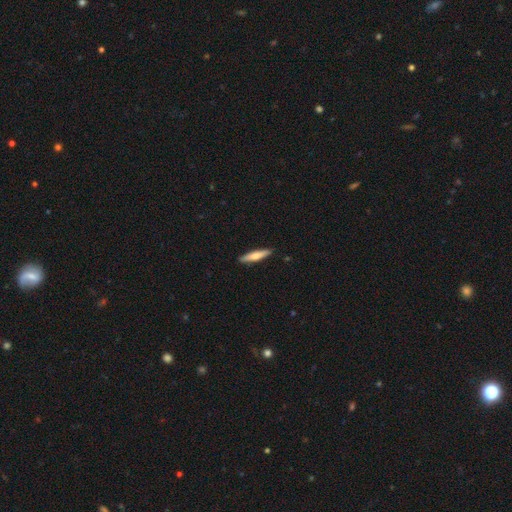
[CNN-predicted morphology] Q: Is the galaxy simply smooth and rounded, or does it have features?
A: smooth — 60%.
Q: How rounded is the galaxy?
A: cigar-shaped — 85%.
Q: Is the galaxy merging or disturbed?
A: none — 90%.